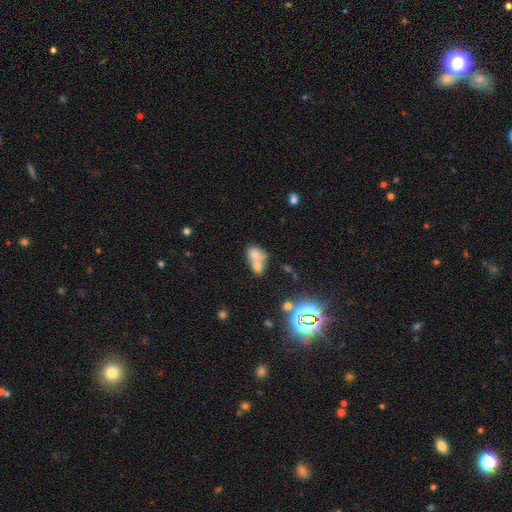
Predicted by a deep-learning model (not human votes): A smooth galaxy with no disk features (68%) that is in between round and cigar-shaped (68%).

Vote fractions:
- Smooth or featured? smooth: 68% / featured or disk: 20% / star or artifact: 12%
- How rounded? in between: 68% / round: 30% / cigar-shaped: 2%
- Merging? merger: 70% / none: 19% / minor disturbance: 7% / major disturbance: 5%